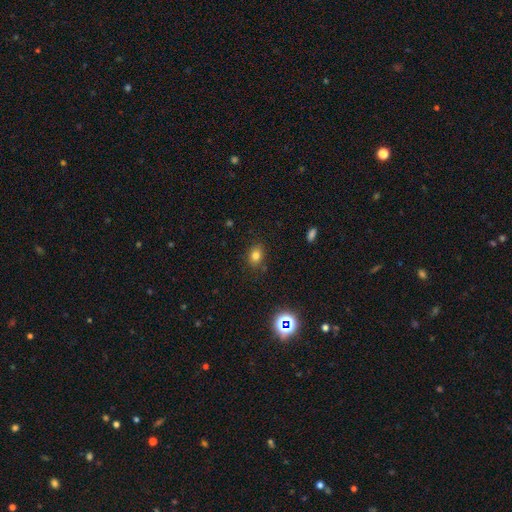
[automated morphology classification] The model was most divided on "how rounded": in between: 58%, round: 41%, cigar-shaped: 1%. More confident: merging — none (84%); smooth or featured — smooth (78%).